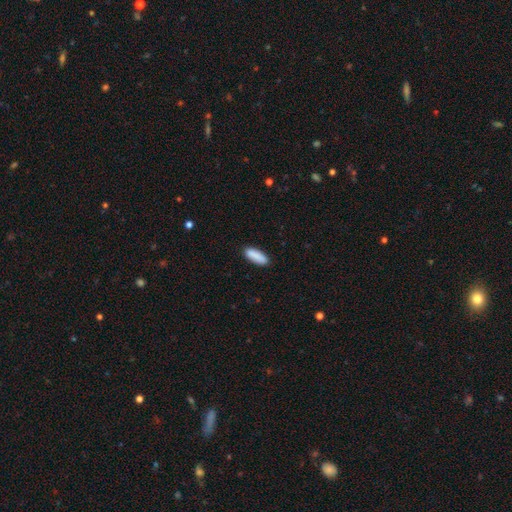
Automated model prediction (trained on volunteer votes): Smooth or featured? Predicted: smooth (p=0.90). How rounded? Predicted: in between (p=0.65). Merging? Predicted: none (p=0.88).